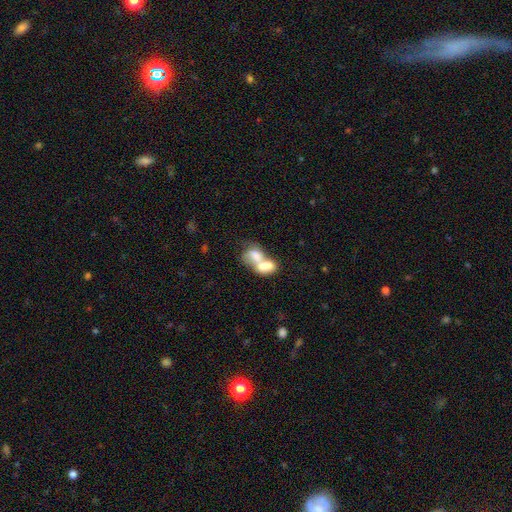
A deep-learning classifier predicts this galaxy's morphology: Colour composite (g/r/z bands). It shows a smooth galaxy with no disk features (62%) that is in between round and cigar-shaped (77%). Merging: merger (79%).